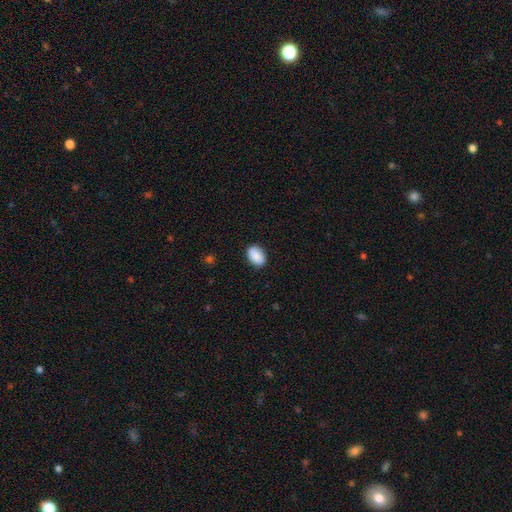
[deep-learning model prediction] Smooth or featured?
  - smooth: 90% *
  - star or artifact: 7%
  - featured or disk: 4%
How rounded?
  - in between: 85% *
  - round: 14%
  - cigar-shaped: 1%
Merging?
  - none: 87% *
  - minor disturbance: 9%
  - major disturbance: 2%
  - merger: 1%